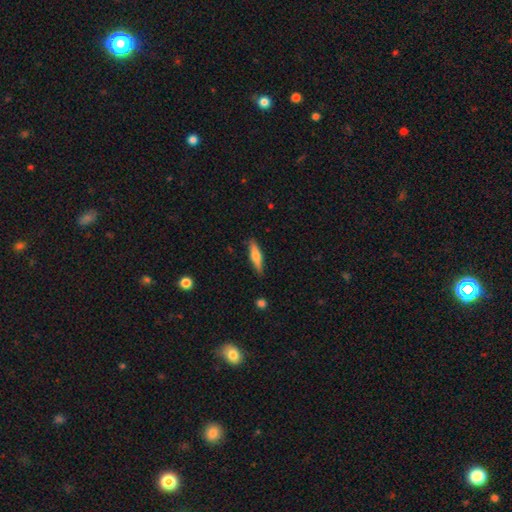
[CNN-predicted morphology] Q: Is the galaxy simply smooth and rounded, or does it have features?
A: smooth — 60%.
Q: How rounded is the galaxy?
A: cigar-shaped — 73%.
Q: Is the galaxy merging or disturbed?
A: none — 86%.